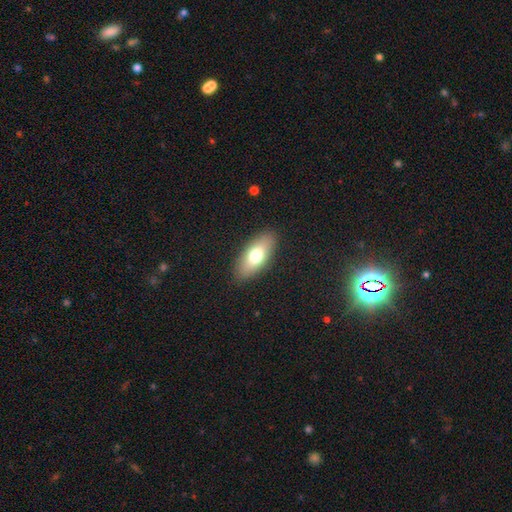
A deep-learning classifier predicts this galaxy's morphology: The model was most divided on "smooth or featured": smooth: 73%, featured or disk: 20%, star or artifact: 7%. More confident: merging — none (88%); how rounded — in between (84%).